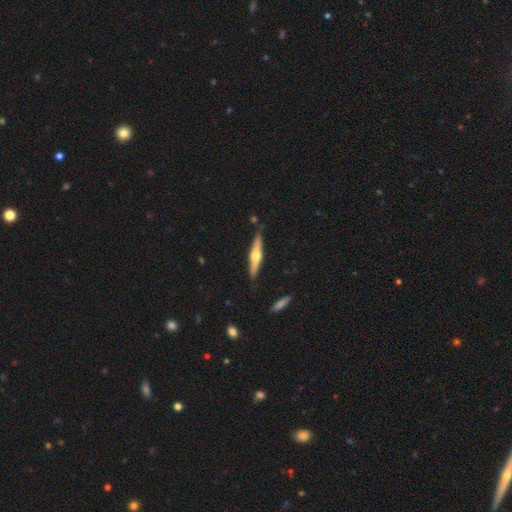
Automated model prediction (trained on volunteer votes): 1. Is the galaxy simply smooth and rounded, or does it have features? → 65% featured or disk, 30% smooth, 5% star or artifact.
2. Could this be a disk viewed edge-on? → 97% yes, 3% no.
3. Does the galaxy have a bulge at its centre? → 93% rounded, 4% boxy, 3% none.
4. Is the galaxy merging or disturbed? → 85% none, 10% minor disturbance, 3% merger, 2% major disturbance.